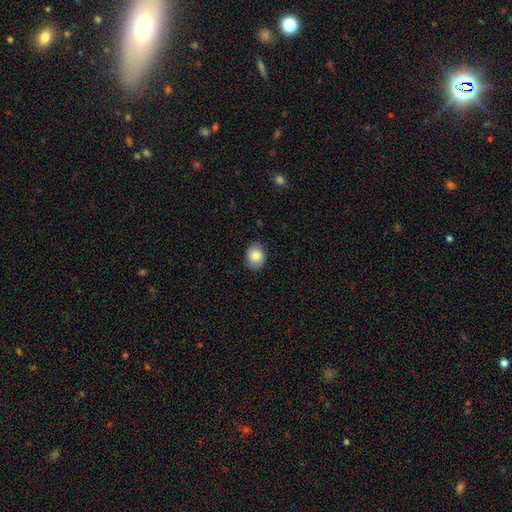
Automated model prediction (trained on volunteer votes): The model was most divided on "how rounded": round: 53%, in between: 47%, cigar-shaped: 1%. More confident: smooth or featured — smooth (84%); merging — none (81%).